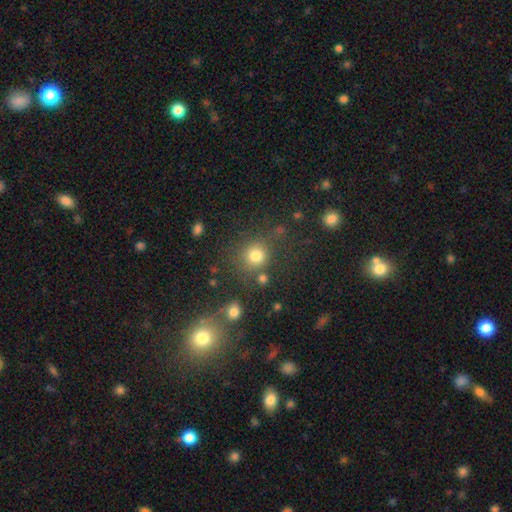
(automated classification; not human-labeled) Smooth or featured? Predicted: smooth (p=0.77). How rounded? Predicted: round (p=0.89). Merging? Predicted: none (p=0.71).